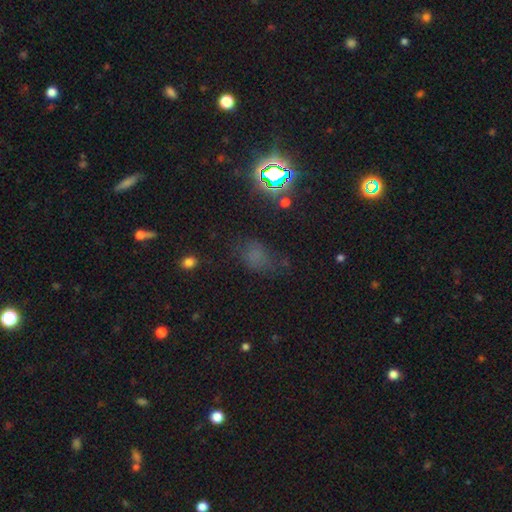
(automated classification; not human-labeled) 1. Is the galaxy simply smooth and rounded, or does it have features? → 51% smooth, 36% star or artifact, 13% featured or disk.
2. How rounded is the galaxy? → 70% in between, 27% round, 3% cigar-shaped.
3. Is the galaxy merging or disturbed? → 55% none, 26% minor disturbance, 17% major disturbance, 3% merger.